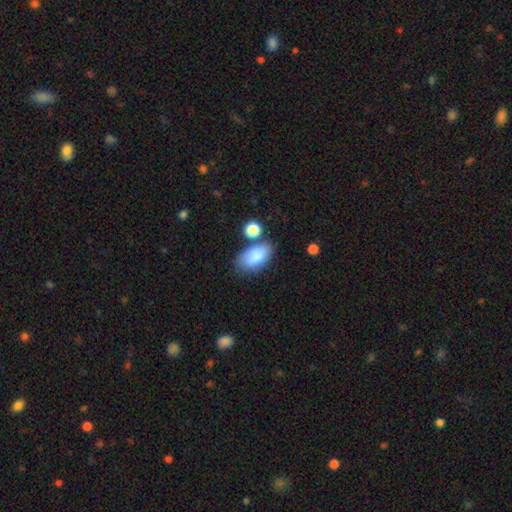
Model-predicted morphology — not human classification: The model was most divided on "merging": none: 64%, minor disturbance: 18%, merger: 13%, major disturbance: 5%. More confident: how rounded — in between (93%); smooth or featured — smooth (86%).